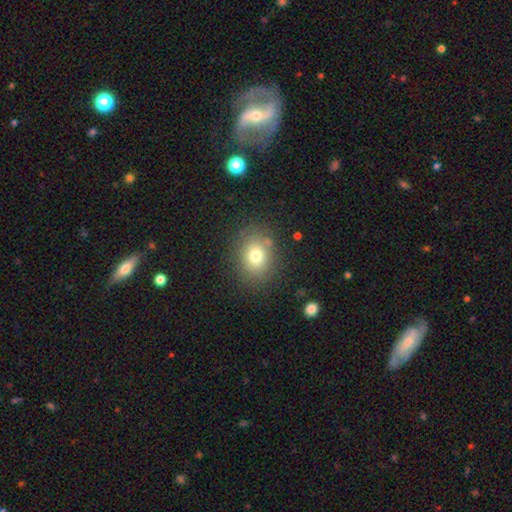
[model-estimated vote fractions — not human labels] Overall: smooth (76%). How rounded: round (50%; in between 49%). Merging: none (82%).